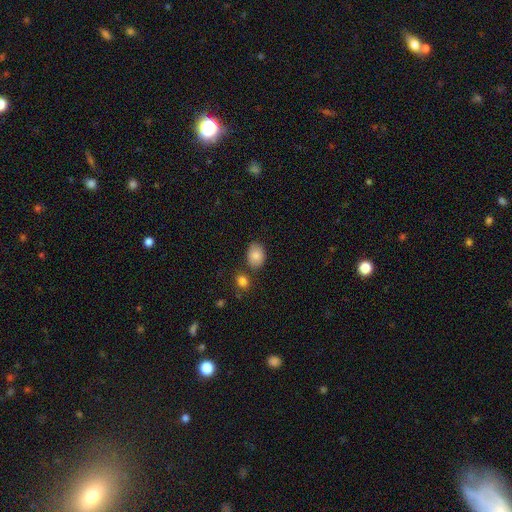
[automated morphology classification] A smooth galaxy with no disk features (84%) that is in between round and cigar-shaped (75%).

Vote fractions:
- Smooth or featured? smooth: 84% / star or artifact: 8% / featured or disk: 8%
- How rounded? in between: 75% / round: 23% / cigar-shaped: 1%
- Merging? none: 74% / minor disturbance: 13% / merger: 9% / major disturbance: 3%